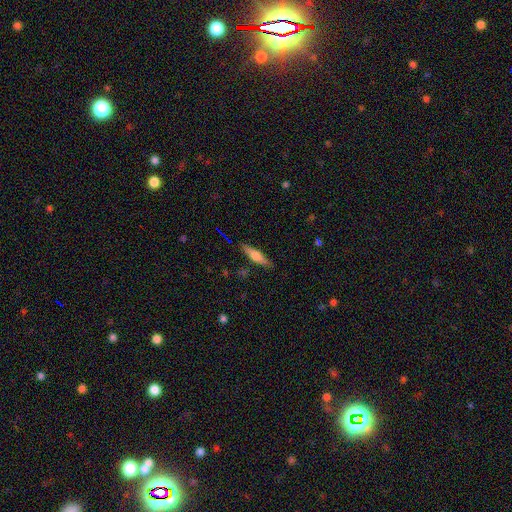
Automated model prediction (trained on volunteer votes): Smooth or featured?
  - featured or disk: 48% *
  - smooth: 46%
  - star or artifact: 6%
Merging?
  - none: 86% *
  - minor disturbance: 10%
  - major disturbance: 2%
  - merger: 1%